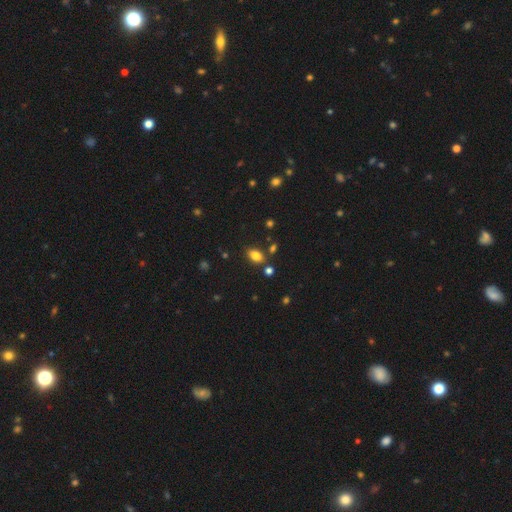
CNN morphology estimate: Smooth or featured: smooth — 83% (star or artifact — 11%)
How rounded: in between — 88% (round — 10%)
Merging: none — 80% (minor disturbance — 11%)